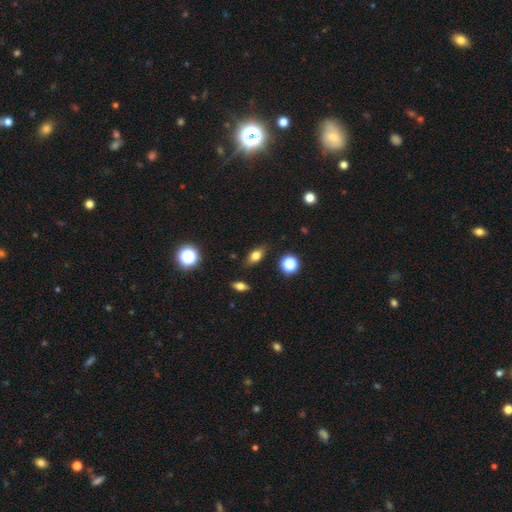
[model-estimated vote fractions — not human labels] This is likely a smooth galaxy (74%). How rounded: likely in between (74%). Merging: clearly none (81%).